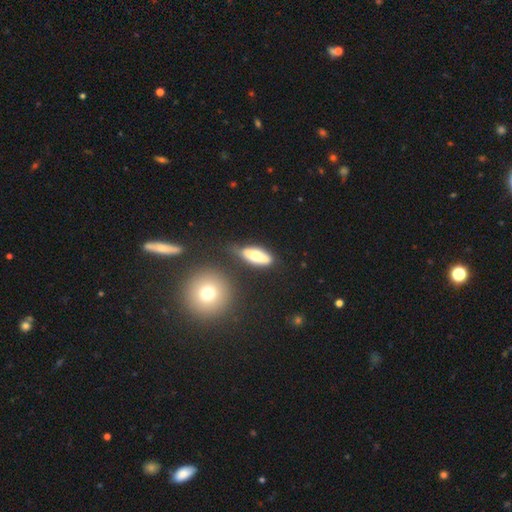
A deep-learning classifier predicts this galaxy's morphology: Smooth or featured?
  - smooth: 59% *
  - featured or disk: 34%
  - star or artifact: 7%
How rounded?
  - in between: 72% *
  - cigar-shaped: 25%
  - round: 4%
Merging?
  - none: 58% *
  - minor disturbance: 24%
  - merger: 9%
  - major disturbance: 9%